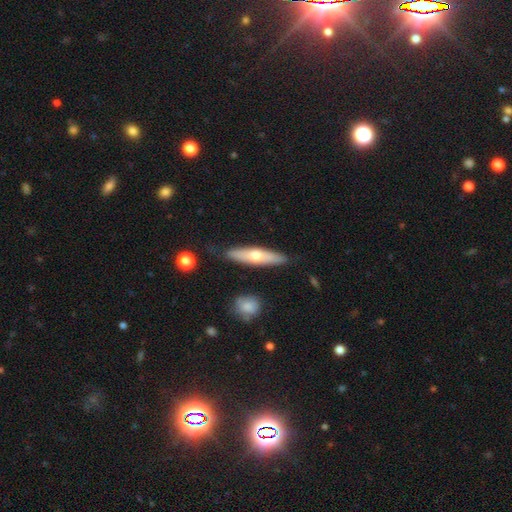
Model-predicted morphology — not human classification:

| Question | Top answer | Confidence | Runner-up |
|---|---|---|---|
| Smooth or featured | smooth | 53% | featured or disk (42%) |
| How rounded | cigar-shaped | 73% | in between (25%) |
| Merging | none | 83% | minor disturbance (12%) |